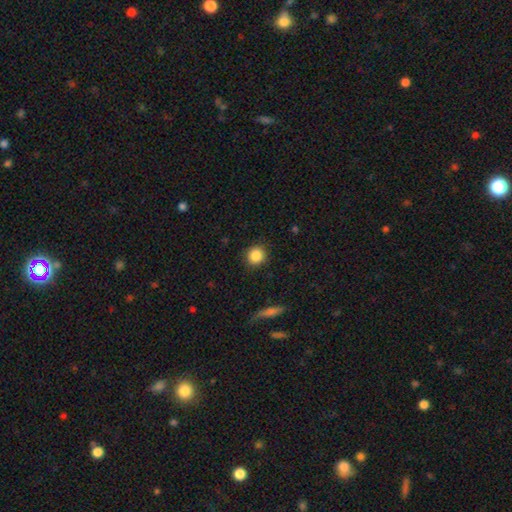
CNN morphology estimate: Q: Smooth or featured?
A: smooth (86%); runner-up: star or artifact (9%)
Q: How rounded?
A: round (90%); runner-up: in between (9%)
Q: Merging?
A: none (89%); runner-up: minor disturbance (7%)